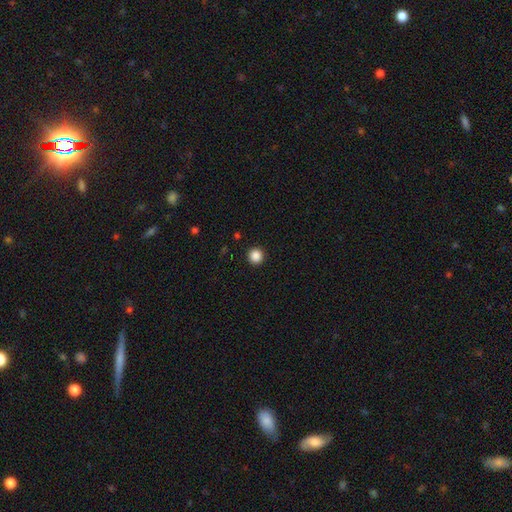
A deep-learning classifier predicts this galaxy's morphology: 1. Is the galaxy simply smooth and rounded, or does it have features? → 87% smooth, 11% star or artifact, 2% featured or disk.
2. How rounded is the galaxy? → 95% round, 4% in between, 1% cigar-shaped.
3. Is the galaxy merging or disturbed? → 93% none, 4% minor disturbance, 2% major disturbance, 1% merger.